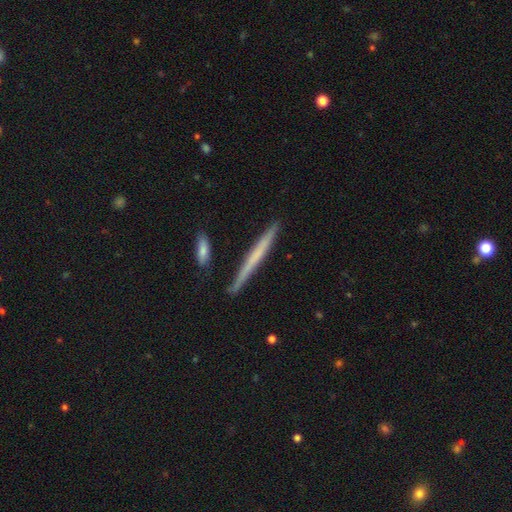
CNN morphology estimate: Q: Smooth or featured?
A: smooth (48%); runner-up: featured or disk (46%)
Q: Merging?
A: none (87%); runner-up: minor disturbance (8%)